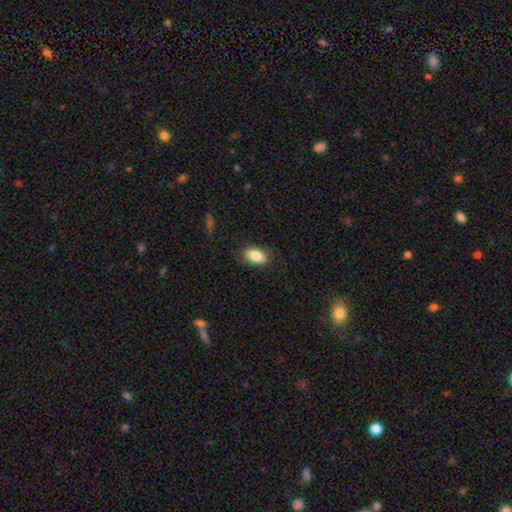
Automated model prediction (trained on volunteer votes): A smooth galaxy with no disk features (84%) that is in between round and cigar-shaped (89%). Merging: none (82%).